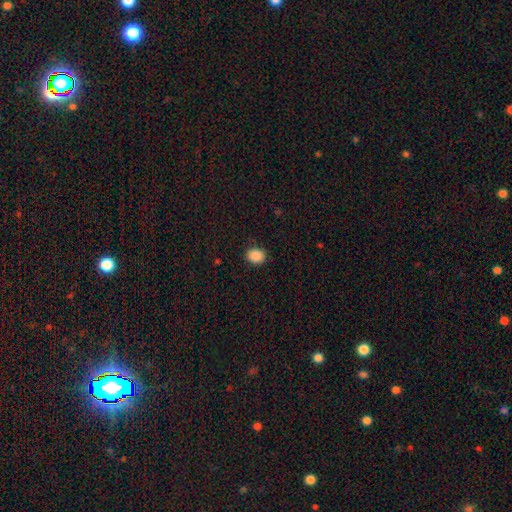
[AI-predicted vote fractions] Smooth or featured: smooth — 88% (star or artifact — 9%)
How rounded: round — 56% (in between — 43%)
Merging: none — 87% (minor disturbance — 10%)